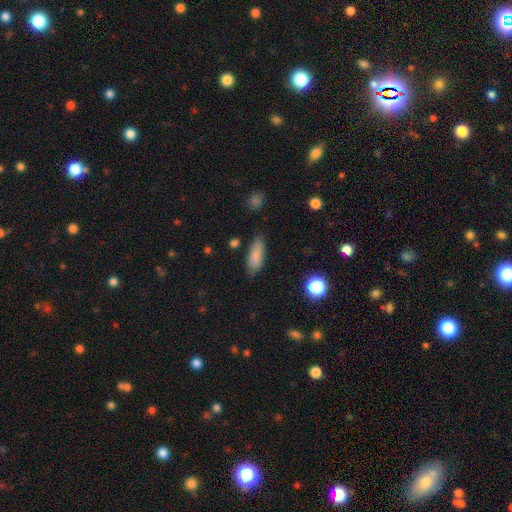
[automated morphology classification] type=smooth (83%); roundness=in between (70%); merging=none (78%).